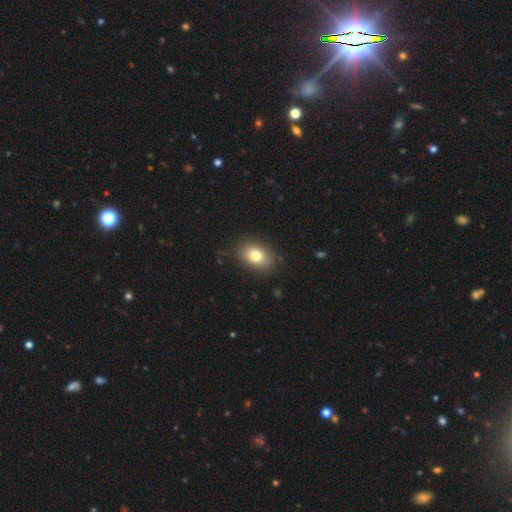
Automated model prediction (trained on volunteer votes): smooth 79%, featured or disk 12%, star or artifact 9%. Down the decision tree: how rounded — in between (77%); merging — none (85%).